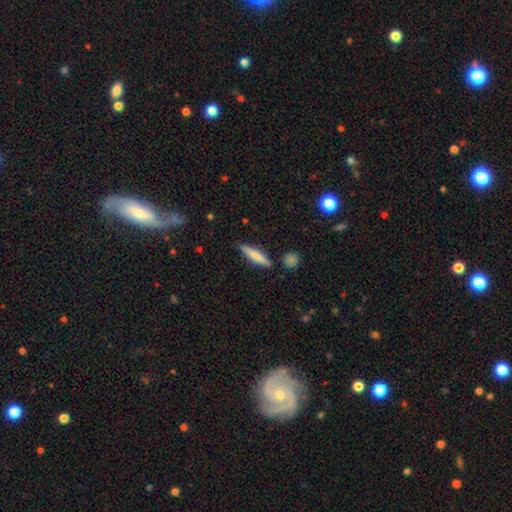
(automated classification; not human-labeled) smooth_or_featured: smooth (p=0.75) [alt: featured or disk p=0.19]
how_rounded: cigar-shaped (p=0.84) [alt: in between p=0.14]
merging: none (p=0.85) [alt: minor disturbance p=0.10]